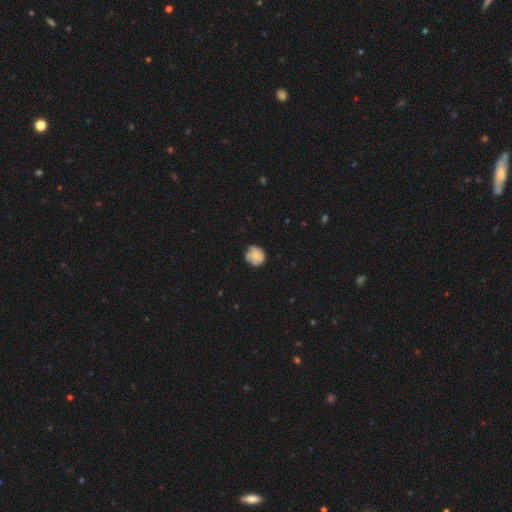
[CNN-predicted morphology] A smooth galaxy with no disk features (70%) that is round (81%). Merging: none (68%).